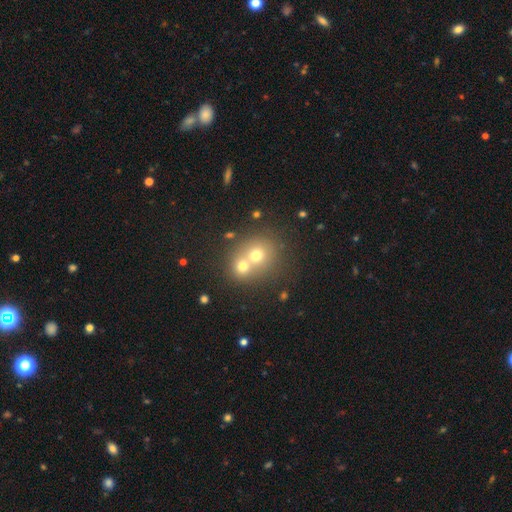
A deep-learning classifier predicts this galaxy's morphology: A smooth galaxy with no disk features (61%) that is round (79%).

Vote fractions:
- Smooth or featured? smooth: 61% / featured or disk: 21% / star or artifact: 19%
- How rounded? round: 79% / in between: 20% / cigar-shaped: 1%
- Merging? merger: 61% / none: 31% / minor disturbance: 5% / major disturbance: 2%